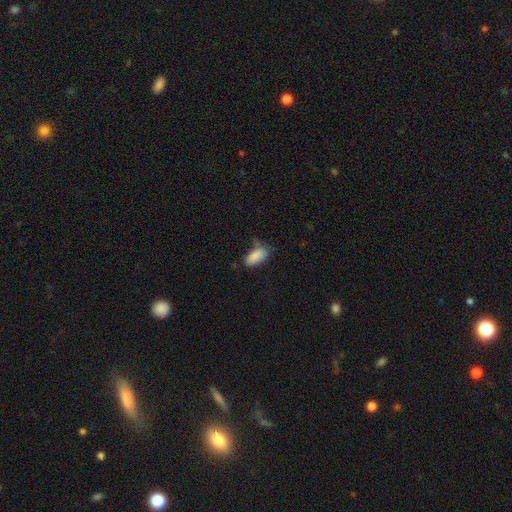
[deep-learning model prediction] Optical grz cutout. It shows a smooth galaxy with no disk features (87%) that is in between round and cigar-shaped (90%). Merging: none (61%).